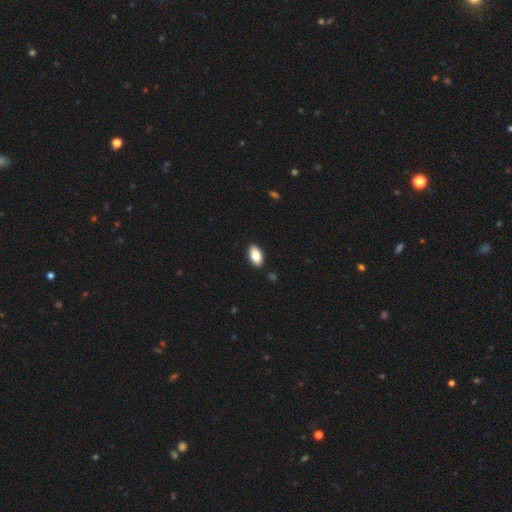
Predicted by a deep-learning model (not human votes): smooth-or-featured: smooth: 84% | featured or disk: 9% | star or artifact: 7%
  how-rounded: in between: 93% | round: 4% | cigar-shaped: 3%
  merging: none: 90% | minor disturbance: 8% | major disturbance: 2% | merger: 1%